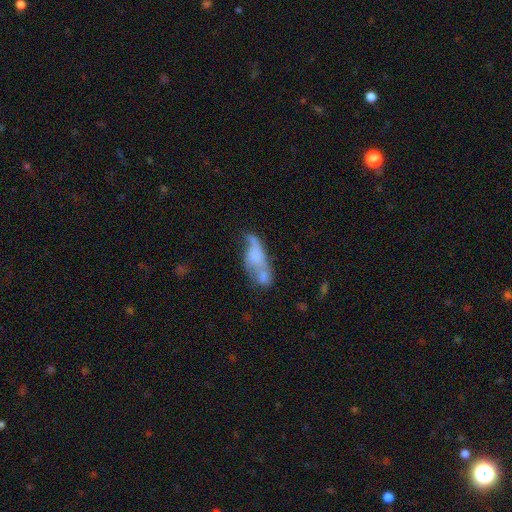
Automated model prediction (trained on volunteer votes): Smooth or featured?
  - smooth: 51% *
  - featured or disk: 39%
  - star or artifact: 10%
How rounded?
  - in between: 72% *
  - cigar-shaped: 21%
  - round: 7%
Merging?
  - merger: 47% *
  - major disturbance: 21%
  - none: 18%
  - minor disturbance: 14%